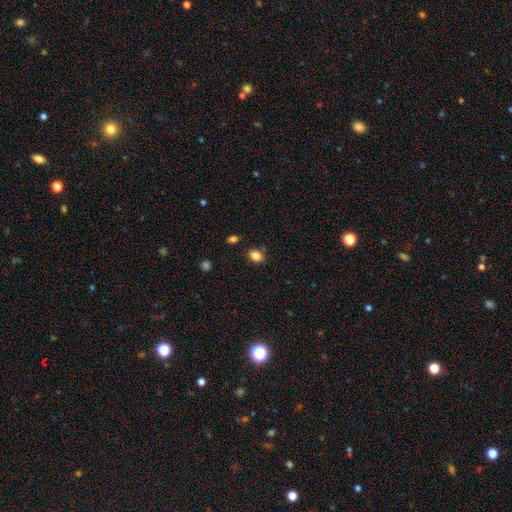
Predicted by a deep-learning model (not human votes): smooth_or_featured: smooth (p=0.86) [alt: star or artifact p=0.10]
how_rounded: in between (p=0.73) [alt: round p=0.26]
merging: none (p=0.81) [alt: minor disturbance p=0.11]